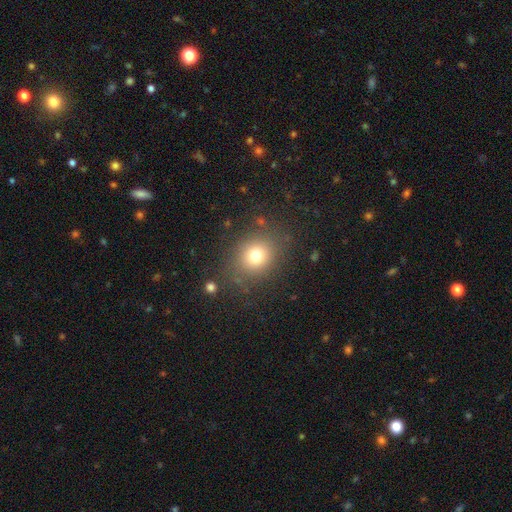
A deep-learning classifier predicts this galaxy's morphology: Smooth or featured? Predicted: smooth (p=0.75). How rounded? Predicted: round (p=0.66). Merging? Predicted: none (p=0.80).